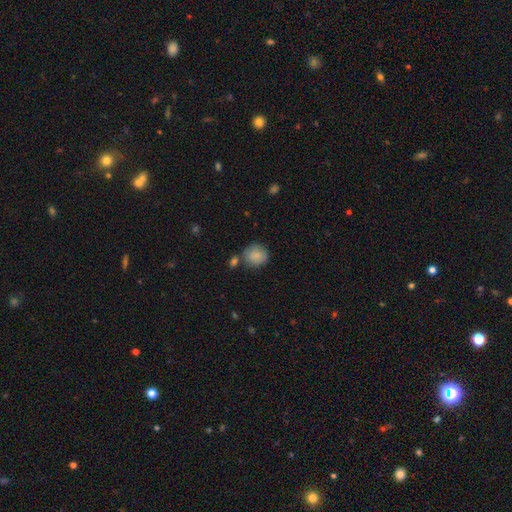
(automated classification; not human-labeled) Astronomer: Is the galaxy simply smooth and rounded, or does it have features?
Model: smooth — 86%.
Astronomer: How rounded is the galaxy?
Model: round — 85%.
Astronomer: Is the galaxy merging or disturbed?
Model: none — 67%.